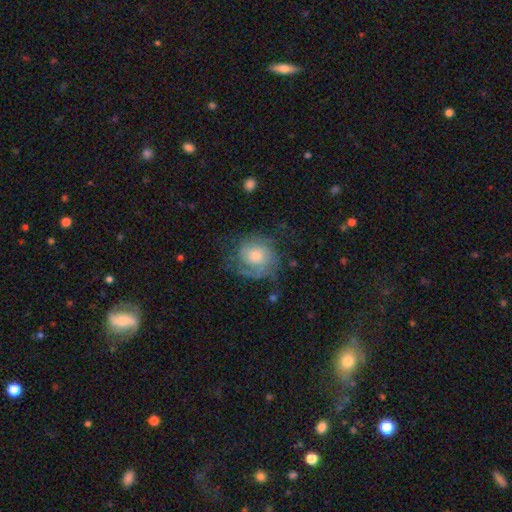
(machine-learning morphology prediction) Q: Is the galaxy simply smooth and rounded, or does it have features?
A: featured or disk — 60%.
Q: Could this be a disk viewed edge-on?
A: no — 97%.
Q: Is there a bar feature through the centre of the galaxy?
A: no — 78%.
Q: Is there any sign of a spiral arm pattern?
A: yes — 86%.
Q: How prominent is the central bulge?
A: moderate — 56%.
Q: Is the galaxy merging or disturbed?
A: none — 61%.